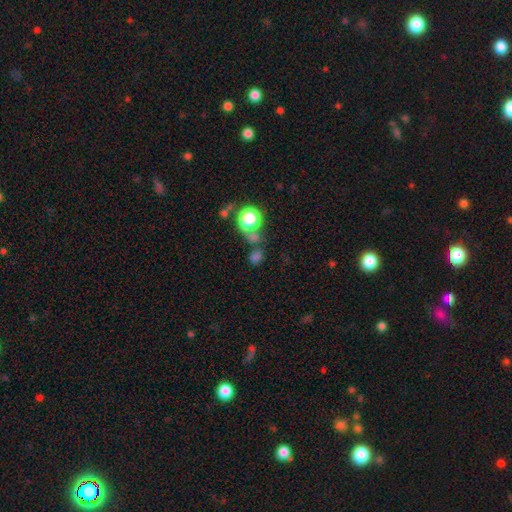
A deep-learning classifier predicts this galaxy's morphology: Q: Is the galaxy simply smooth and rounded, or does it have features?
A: smooth — 55%.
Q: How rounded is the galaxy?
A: round — 73%.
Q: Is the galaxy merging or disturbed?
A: none — 57%.